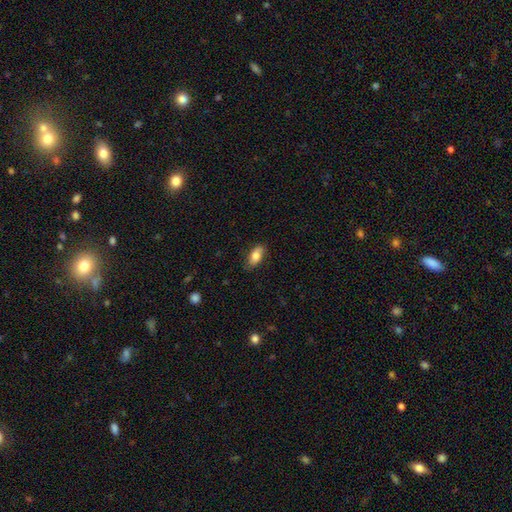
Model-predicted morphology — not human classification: A smooth galaxy with no disk features (78%) that is in between round and cigar-shaped (89%).

Vote fractions:
- Smooth or featured? smooth: 78% / featured or disk: 16% / star or artifact: 7%
- How rounded? in between: 89% / cigar-shaped: 7% / round: 4%
- Merging? none: 80% / minor disturbance: 15% / major disturbance: 3% / merger: 1%